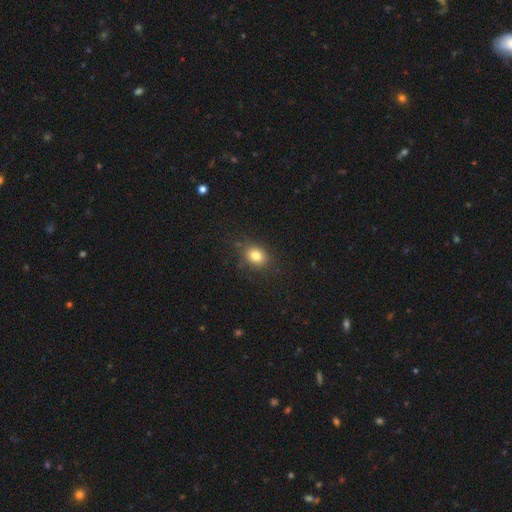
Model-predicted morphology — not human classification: Q: Smooth or featured?
A: smooth (80%); runner-up: star or artifact (12%)
Q: How rounded?
A: round (53%); runner-up: in between (46%)
Q: Merging?
A: none (82%); runner-up: minor disturbance (13%)